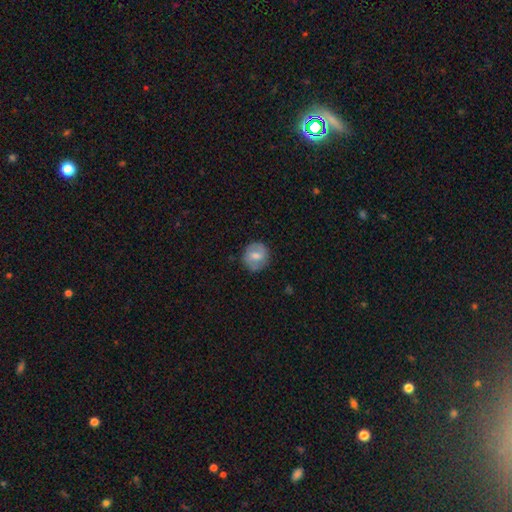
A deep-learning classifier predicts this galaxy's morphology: A smooth galaxy with no disk features (56%) that is round (82%).

Vote fractions:
- Smooth or featured? smooth: 56% / featured or disk: 38% / star or artifact: 7%
- How rounded? round: 82% / in between: 17% / cigar-shaped: 1%
- Merging? none: 81% / minor disturbance: 13% / major disturbance: 4% / merger: 1%